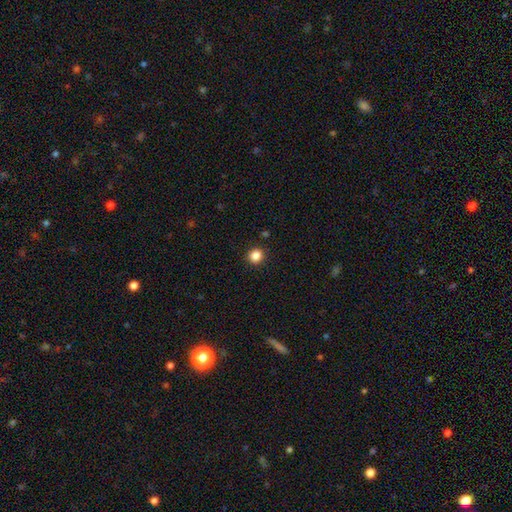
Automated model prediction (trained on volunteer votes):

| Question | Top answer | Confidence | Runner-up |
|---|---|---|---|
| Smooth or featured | smooth | 86% | star or artifact (11%) |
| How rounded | round | 85% | in between (14%) |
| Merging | none | 91% | minor disturbance (6%) |